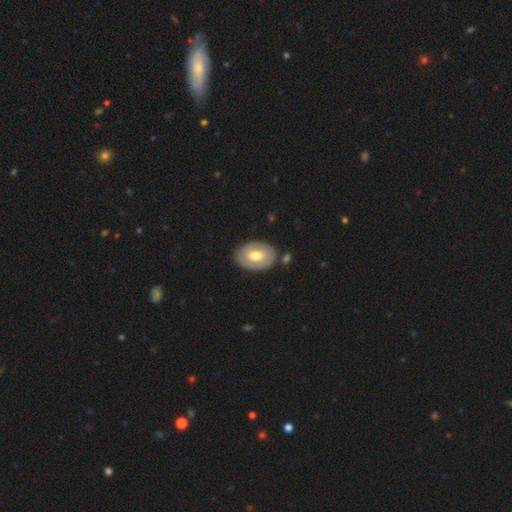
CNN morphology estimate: Q: Smooth or featured?
A: smooth (49%); runner-up: featured or disk (46%)
Q: Merging?
A: none (80%); runner-up: minor disturbance (12%)